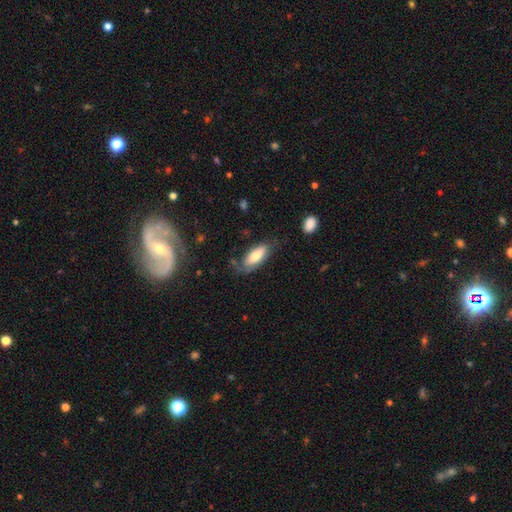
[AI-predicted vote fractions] A smooth galaxy with no disk features (75%) that is in between round and cigar-shaped (80%).

Vote fractions:
- Smooth or featured? smooth: 75% / featured or disk: 19% / star or artifact: 6%
- How rounded? in between: 80% / cigar-shaped: 18% / round: 2%
- Merging? none: 61% / minor disturbance: 26% / major disturbance: 10% / merger: 3%